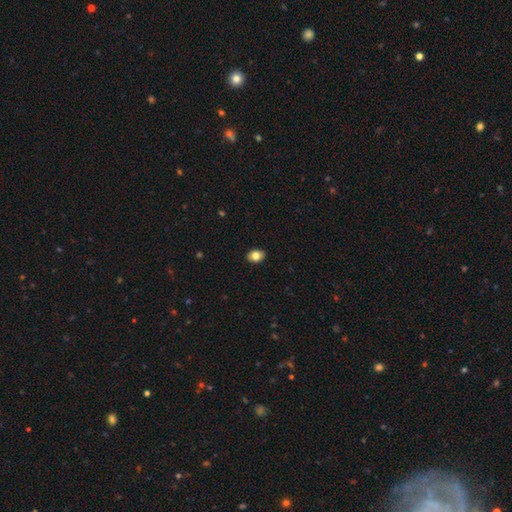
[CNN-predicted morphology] smooth 82%, featured or disk 10%, star or artifact 9%. Down the decision tree: how rounded — in between (71%); merging — none (90%).